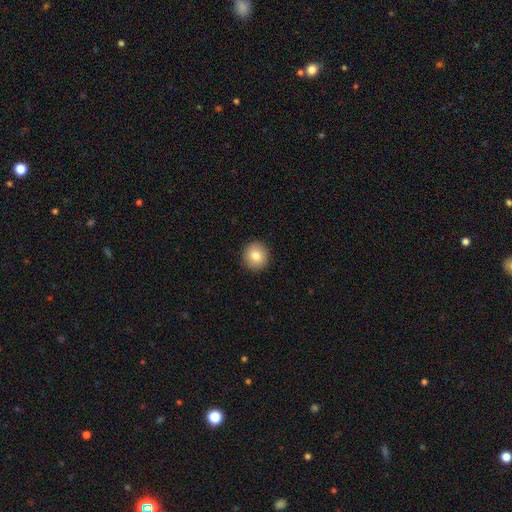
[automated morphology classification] This is clearly a smooth galaxy (82%). How rounded: clearly round (94%). Merging: clearly none (93%).